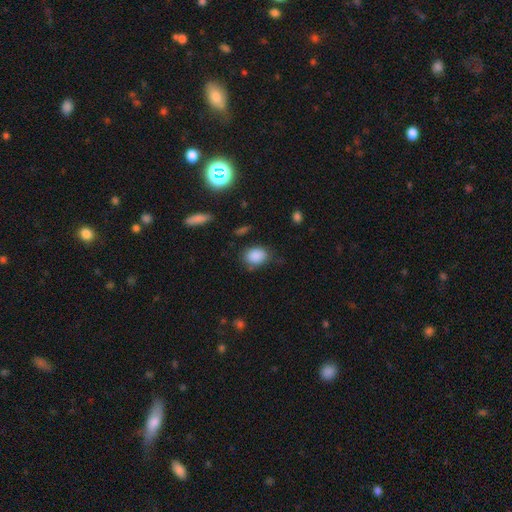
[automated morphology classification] smooth_or_featured: smooth (p=0.87) [alt: star or artifact p=0.09]
how_rounded: in between (p=0.60) [alt: round p=0.39]
merging: none (p=0.72) [alt: minor disturbance p=0.20]